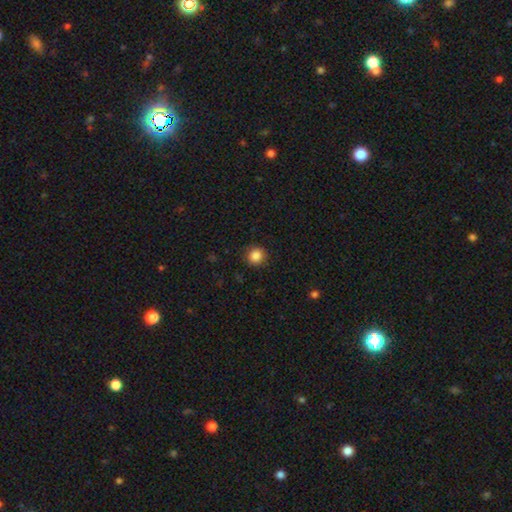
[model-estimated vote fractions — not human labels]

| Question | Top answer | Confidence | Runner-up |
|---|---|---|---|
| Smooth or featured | smooth | 86% | star or artifact (10%) |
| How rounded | round | 92% | in between (7%) |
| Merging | none | 89% | minor disturbance (7%) |